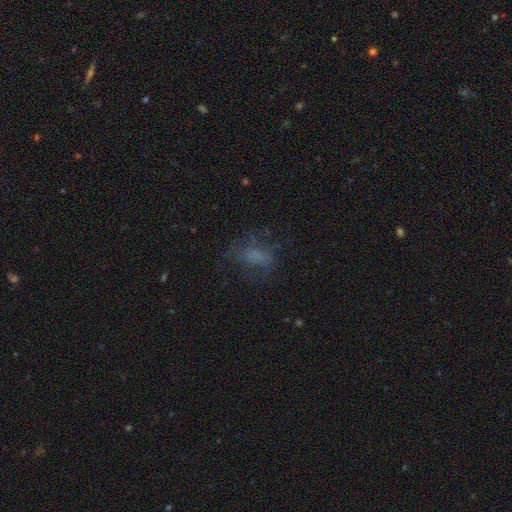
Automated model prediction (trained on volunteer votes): Smooth or featured? smooth (53%)
How rounded? in between (75%)
Merging? none (53%)